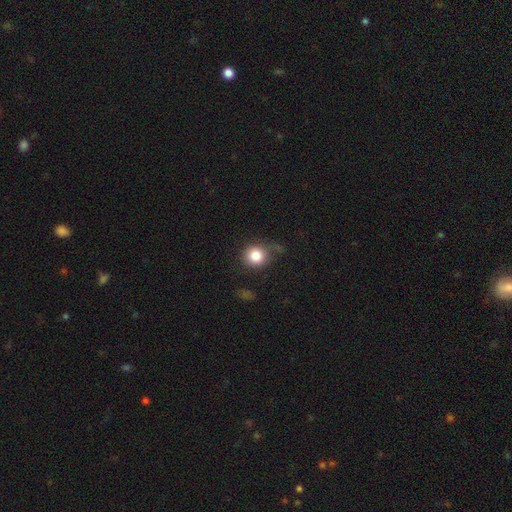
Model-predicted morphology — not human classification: A smooth galaxy with no disk features (84%) that is round (85%).

Vote fractions:
- Smooth or featured? smooth: 84% / star or artifact: 9% / featured or disk: 7%
- How rounded? round: 85% / in between: 14% / cigar-shaped: 1%
- Merging? none: 59% / minor disturbance: 25% / major disturbance: 11% / merger: 4%